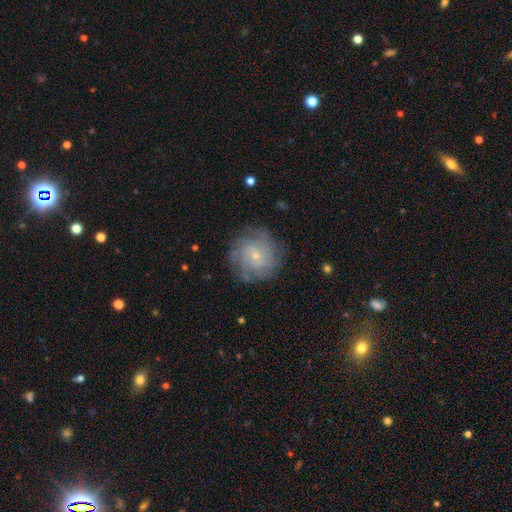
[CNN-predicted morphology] Smooth or featured? Predicted: featured or disk (p=0.72). Edge-on disk? Predicted: no (p=0.97). Bar? Predicted: no (p=0.74). Spiral arms? Predicted: yes (p=0.92). Spiral winding? Predicted: tight (p=0.65). Spiral arm count? Predicted: can't tell (p=0.38). Bulge size? Predicted: small (p=0.78). Merging? Predicted: none (p=0.80).